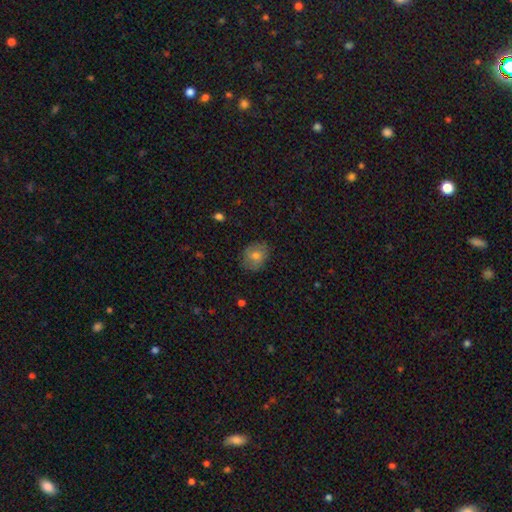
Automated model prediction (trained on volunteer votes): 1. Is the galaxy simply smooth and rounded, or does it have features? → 70% smooth, 19% featured or disk, 11% star or artifact.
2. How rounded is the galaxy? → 54% round, 45% in between, 1% cigar-shaped.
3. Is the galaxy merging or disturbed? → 79% none, 16% minor disturbance, 4% major disturbance, 1% merger.